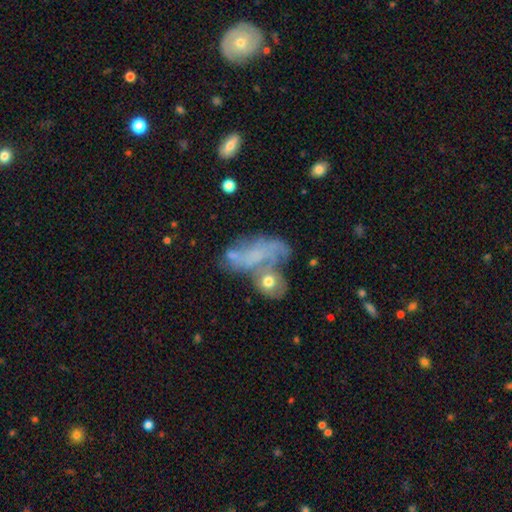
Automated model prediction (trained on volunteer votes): Smooth or featured?
  - featured or disk: 54% *
  - smooth: 33%
  - star or artifact: 14%
Edge-on disk?
  - no: 91% *
  - yes: 9%
Merging?
  - none: 32% *
  - merger: 25%
  - major disturbance: 24%
  - minor disturbance: 19%